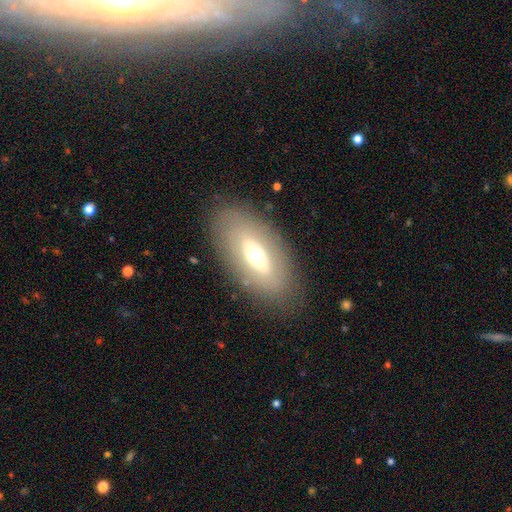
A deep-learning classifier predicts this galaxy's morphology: This appears to be a featured or disk galaxy (46%, tied with smooth). Merging: none (83%).